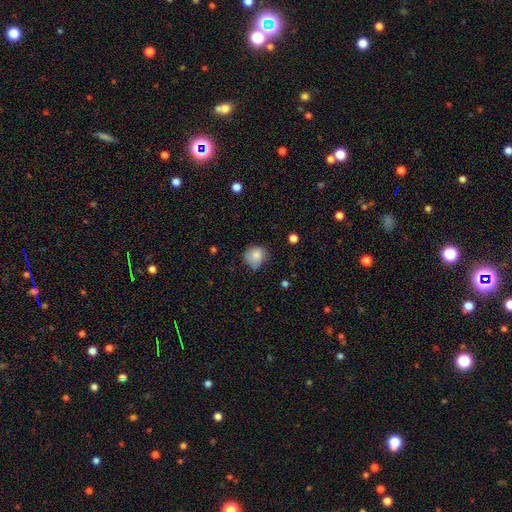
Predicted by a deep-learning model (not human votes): A smooth galaxy with no disk features (81%) that is round (78%).

Vote fractions:
- Smooth or featured? smooth: 81% / featured or disk: 10% / star or artifact: 9%
- How rounded? round: 78% / in between: 21% / cigar-shaped: 1%
- Merging? none: 54% / minor disturbance: 35% / major disturbance: 9% / merger: 2%